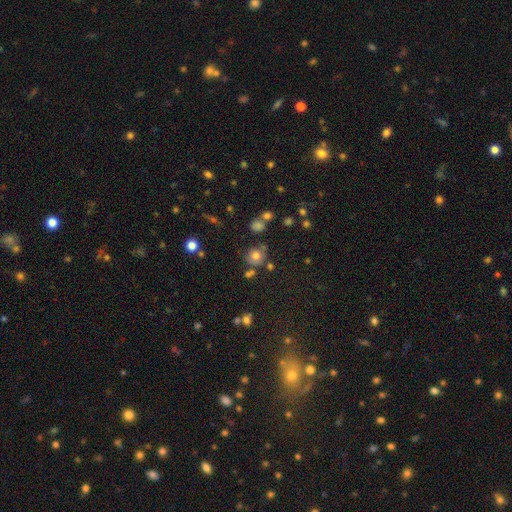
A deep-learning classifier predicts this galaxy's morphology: This appears to be a smooth galaxy with no disk features (71%) that is round (85%). Merging: none (70%).